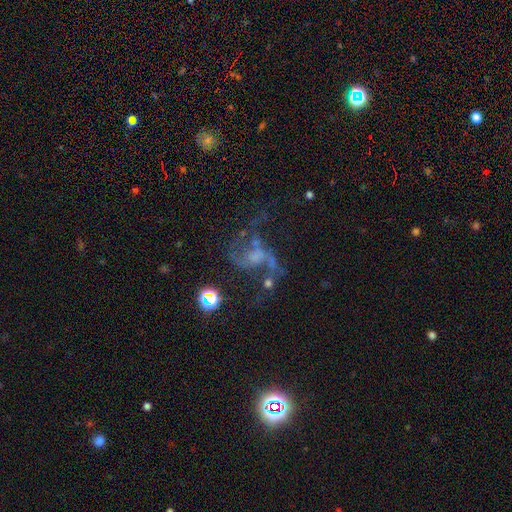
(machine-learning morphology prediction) The model was most divided on "bulge size": small: 37%, none: 30%, moderate: 27%, large: 4%, dominant: 2%. Remaining: edge-on disk — no (97%); spiral arms — yes (86%); spiral arm count — 2 (75%); smooth or featured — featured or disk (72%); spiral winding — loose (63%); bar — no (52%); merging — none (42%).